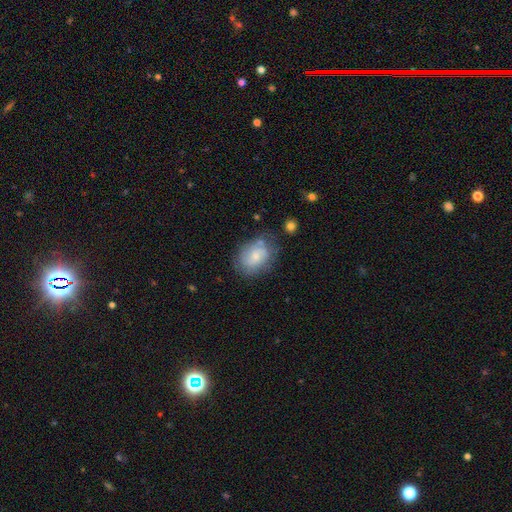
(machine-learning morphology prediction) This is possibly a smooth galaxy (60%). How rounded: likely in between (67%). Merging: likely none (61%).